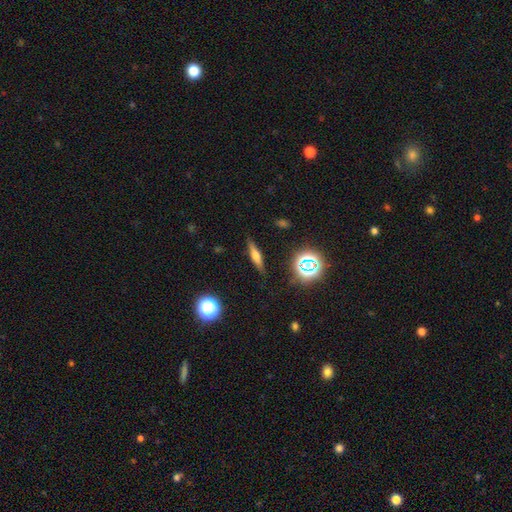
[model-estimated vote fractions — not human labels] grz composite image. It shows a smooth galaxy with no disk features (45%). Merging: none (86%).